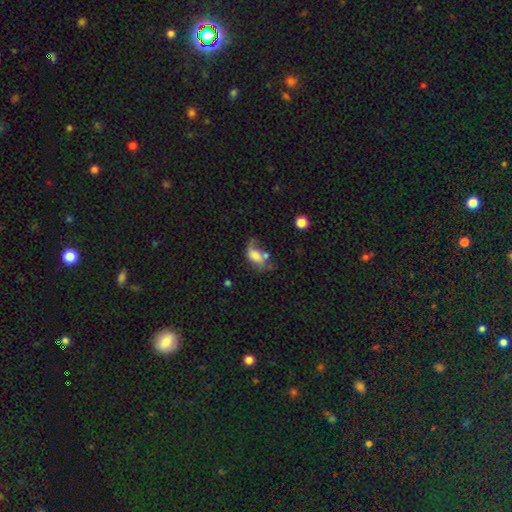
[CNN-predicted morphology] smooth 58%, featured or disk 31%, star or artifact 11%. Down the decision tree: how rounded — in between (86%); merging — major disturbance (33%).